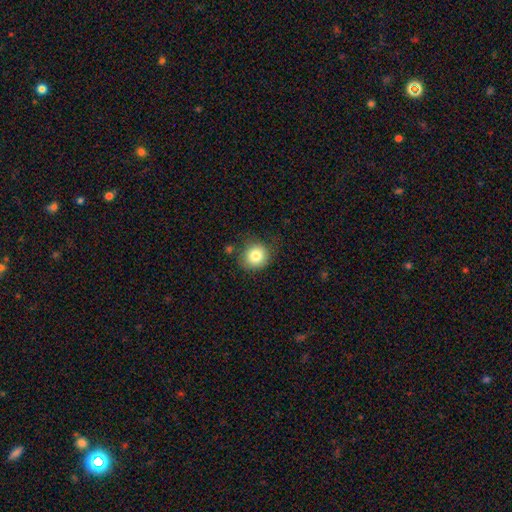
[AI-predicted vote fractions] Smooth or featured: smooth — 82% (star or artifact — 10%)
How rounded: round — 89% (in between — 11%)
Merging: none — 77% (minor disturbance — 16%)